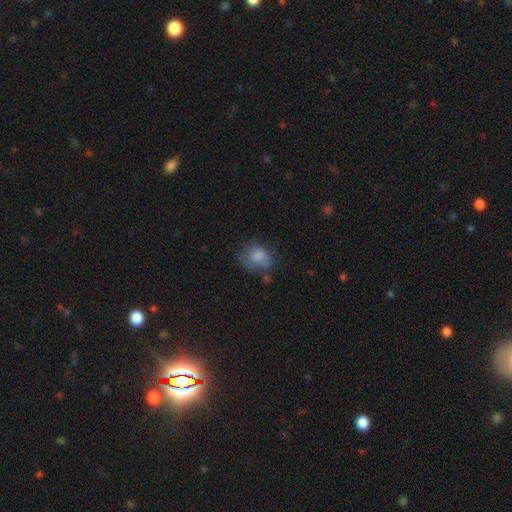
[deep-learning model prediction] This is likely a smooth galaxy (70%). How rounded: possibly round (56%). Merging: possibly none (52%).